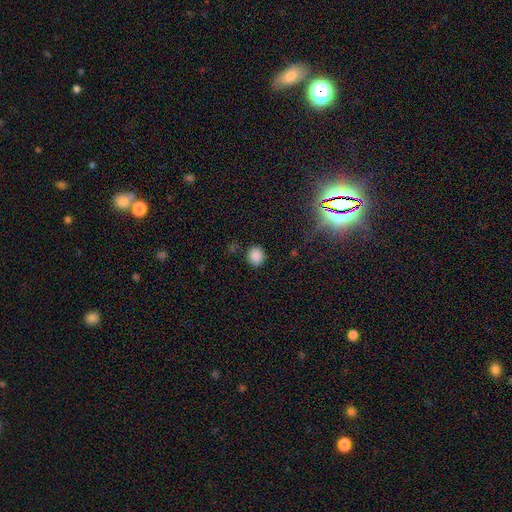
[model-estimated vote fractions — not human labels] Smooth or featured? Predicted: smooth (p=0.84). How rounded? Predicted: round (p=0.72). Merging? Predicted: none (p=0.85).